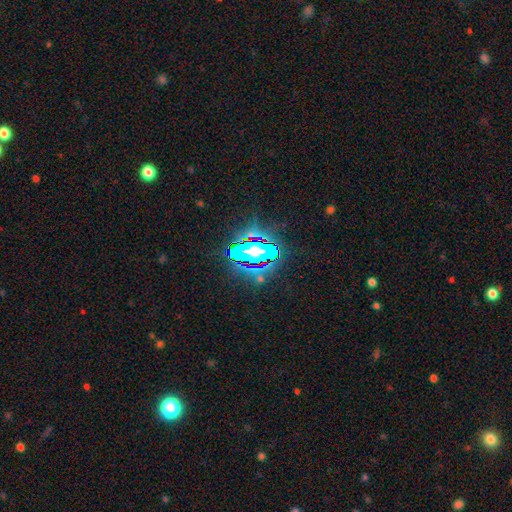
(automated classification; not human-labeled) Smooth or featured: star or artifact — 82% (smooth — 10%)